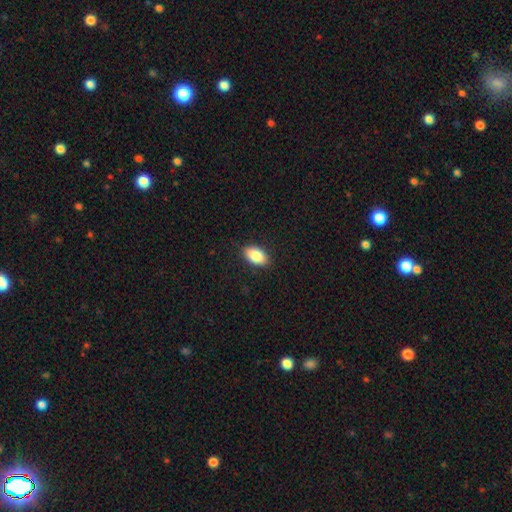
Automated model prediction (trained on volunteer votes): smooth_or_featured: smooth (p=0.86) [alt: star or artifact p=0.07]
how_rounded: in between (p=0.93) [alt: round p=0.05]
merging: none (p=0.88) [alt: minor disturbance p=0.09]